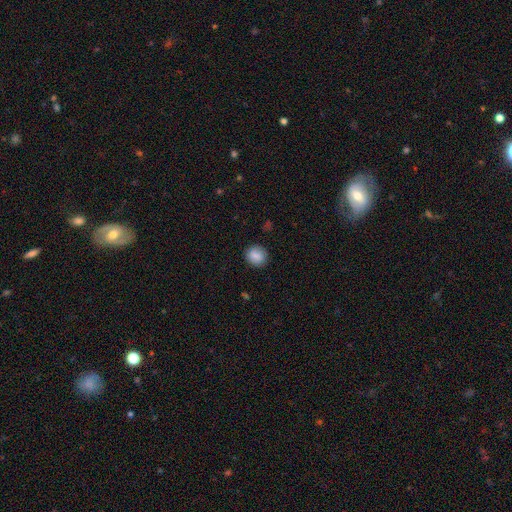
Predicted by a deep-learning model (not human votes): A smooth galaxy with no disk features (87%) that is round (83%). Merging: none (88%).